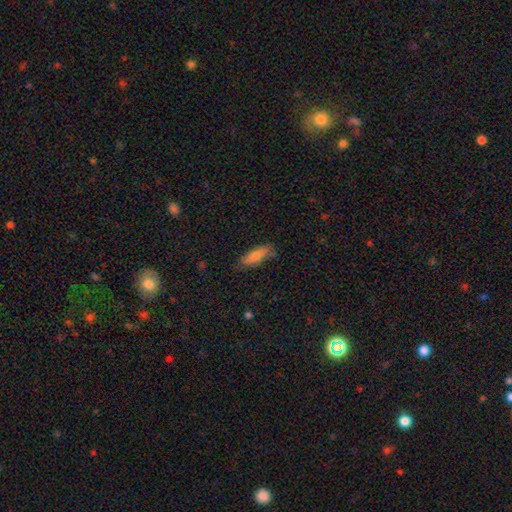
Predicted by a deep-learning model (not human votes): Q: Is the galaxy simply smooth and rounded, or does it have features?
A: smooth — 71%.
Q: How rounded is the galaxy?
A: in between — 53%.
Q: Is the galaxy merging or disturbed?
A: none — 78%.